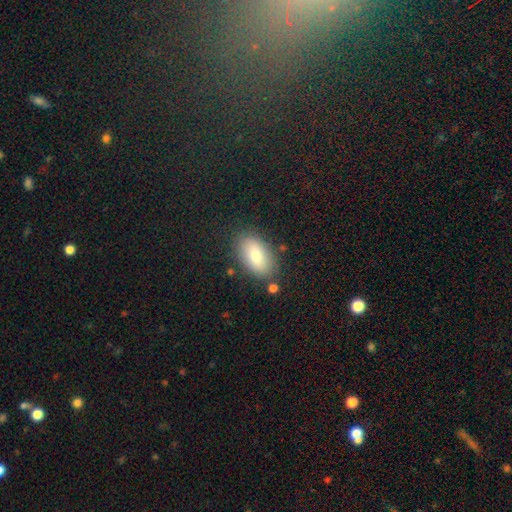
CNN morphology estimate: Smooth or featured?
  - smooth: 82% *
  - featured or disk: 12%
  - star or artifact: 7%
How rounded?
  - in between: 92% *
  - round: 4%
  - cigar-shaped: 3%
Merging?
  - none: 80% *
  - minor disturbance: 13%
  - major disturbance: 4%
  - merger: 3%